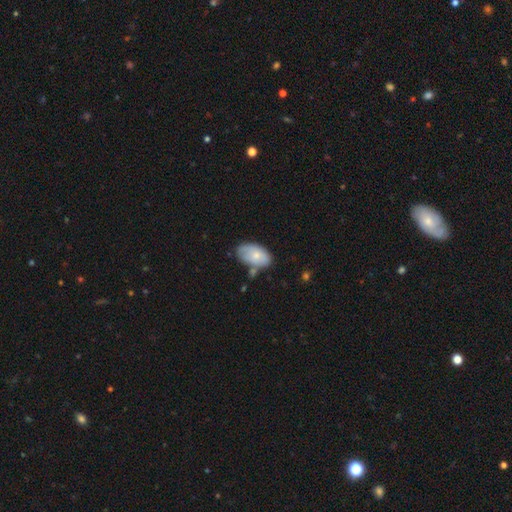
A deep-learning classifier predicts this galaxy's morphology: Smooth or featured?
  - smooth: 73% *
  - featured or disk: 21%
  - star or artifact: 6%
How rounded?
  - in between: 94% *
  - round: 5%
  - cigar-shaped: 1%
Merging?
  - none: 54% *
  - minor disturbance: 29%
  - merger: 11%
  - major disturbance: 6%